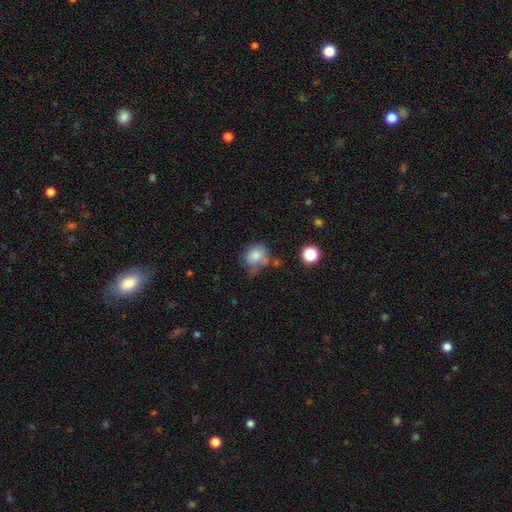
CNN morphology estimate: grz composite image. It shows a smooth galaxy with no disk features (78%) that is round (58%). Merging: none (42%).